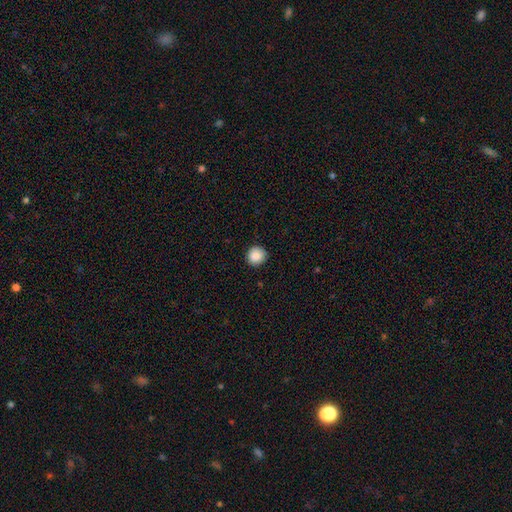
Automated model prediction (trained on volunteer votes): Smooth or featured?
  - smooth: 89% *
  - star or artifact: 9%
  - featured or disk: 3%
How rounded?
  - round: 93% *
  - in between: 6%
  - cigar-shaped: 1%
Merging?
  - none: 90% *
  - minor disturbance: 7%
  - major disturbance: 2%
  - merger: 1%